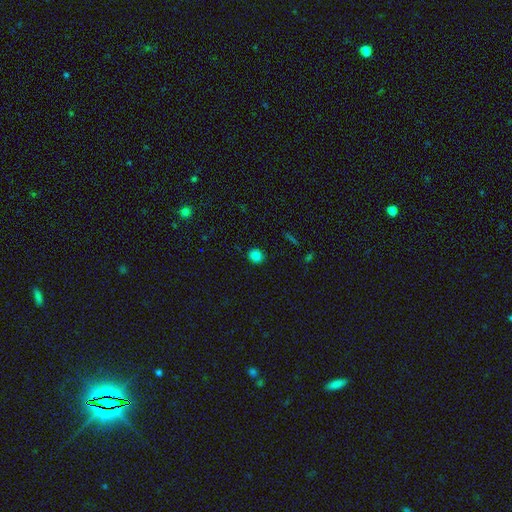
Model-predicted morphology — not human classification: type=smooth (83%); roundness=round (81%); merging=none (90%).